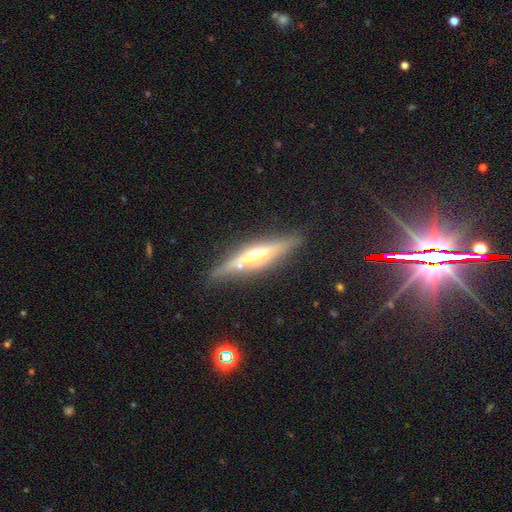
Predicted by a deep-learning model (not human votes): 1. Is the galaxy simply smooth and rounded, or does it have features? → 74% featured or disk, 19% smooth, 7% star or artifact.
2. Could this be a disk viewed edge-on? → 94% yes, 6% no.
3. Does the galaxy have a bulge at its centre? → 81% rounded, 10% boxy, 9% none.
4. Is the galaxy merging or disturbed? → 82% none, 12% minor disturbance, 3% merger, 3% major disturbance.